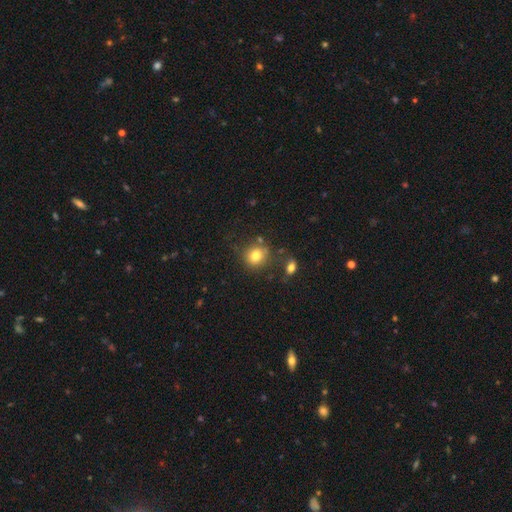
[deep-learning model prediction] A smooth galaxy with no disk features (79%) that is round (82%). Merging: none (77%).